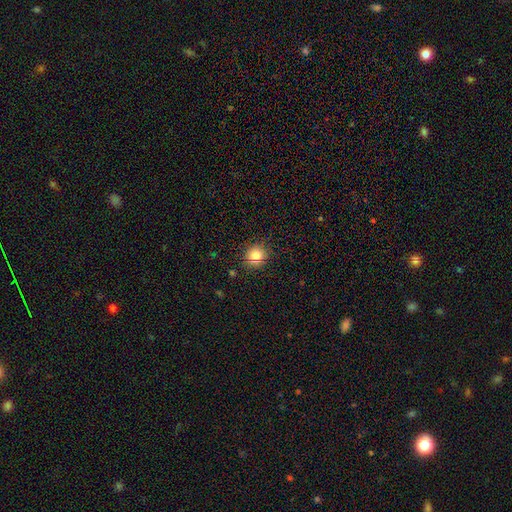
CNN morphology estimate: Q: Smooth or featured?
A: smooth (81%); runner-up: star or artifact (12%)
Q: How rounded?
A: round (86%); runner-up: in between (13%)
Q: Merging?
A: none (88%); runner-up: minor disturbance (9%)